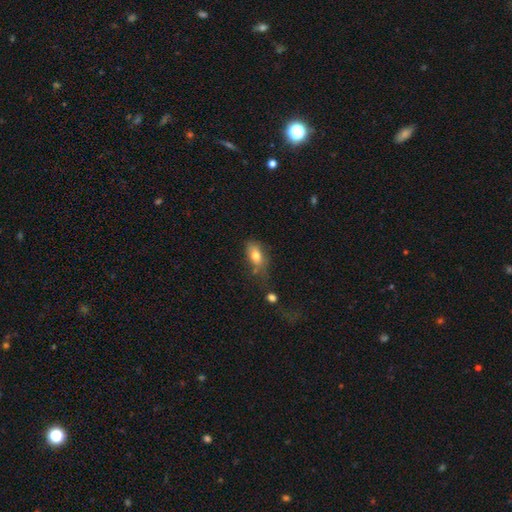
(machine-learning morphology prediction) smooth-or-featured: smooth: 77% | featured or disk: 14% | star or artifact: 9%
  how-rounded: in between: 85% | round: 10% | cigar-shaped: 5%
  merging: none: 43% | minor disturbance: 31% | major disturbance: 17% | merger: 9%